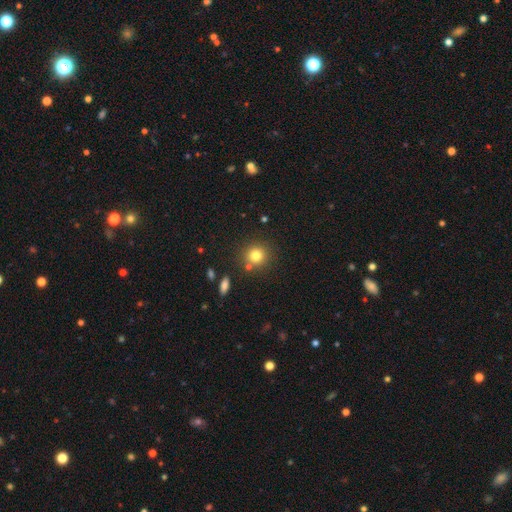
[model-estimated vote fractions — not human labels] Morphology: type=smooth (79%); roundness=round (90%); merging=none (79%).